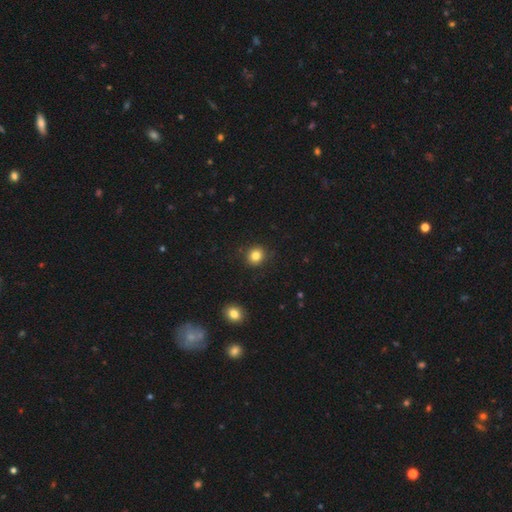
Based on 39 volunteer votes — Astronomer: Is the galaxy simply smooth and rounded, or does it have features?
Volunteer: smooth — 85%.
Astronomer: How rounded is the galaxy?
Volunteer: round — 82%.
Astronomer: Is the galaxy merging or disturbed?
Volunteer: none — 100%.